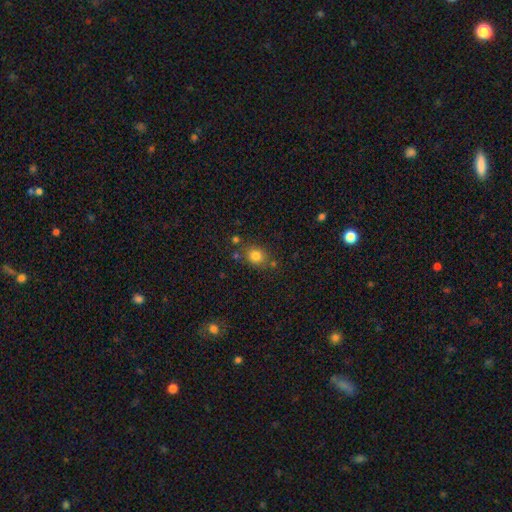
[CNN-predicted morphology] smooth_or_featured: smooth (p=0.80) [alt: star or artifact p=0.13]
how_rounded: round (p=0.66) [alt: in between p=0.33]
merging: none (p=0.74) [alt: minor disturbance p=0.13]